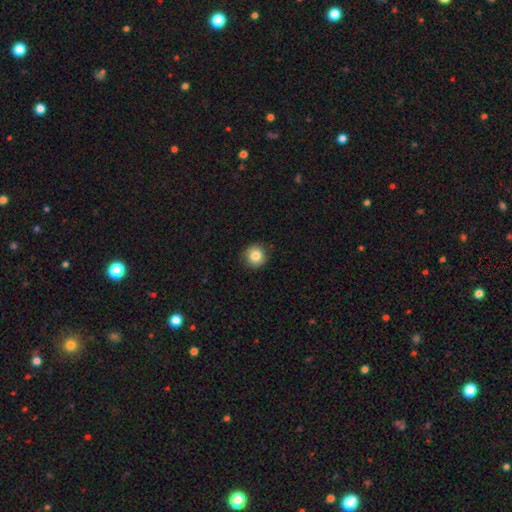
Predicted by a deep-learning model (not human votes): A smooth galaxy with no disk features (83%) that is round (92%).

Vote fractions:
- Smooth or featured? smooth: 83% / star or artifact: 10% / featured or disk: 7%
- How rounded? round: 92% / in between: 7% / cigar-shaped: 1%
- Merging? none: 89% / minor disturbance: 8% / major disturbance: 2% / merger: 1%